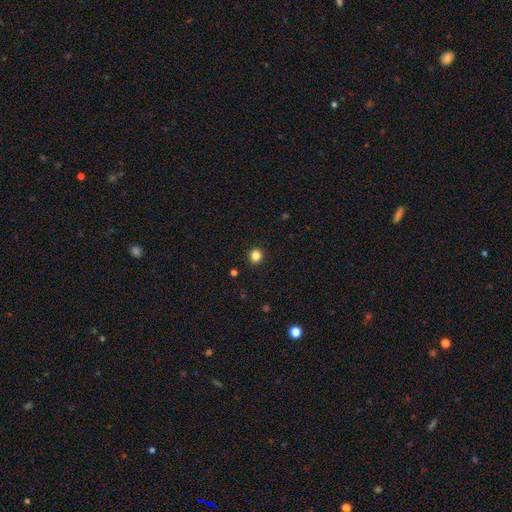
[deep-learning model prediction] Smooth or featured?
  - smooth: 84% *
  - star or artifact: 12%
  - featured or disk: 4%
How rounded?
  - round: 89% *
  - in between: 10%
  - cigar-shaped: 1%
Merging?
  - none: 93% *
  - minor disturbance: 5%
  - major disturbance: 2%
  - merger: 1%